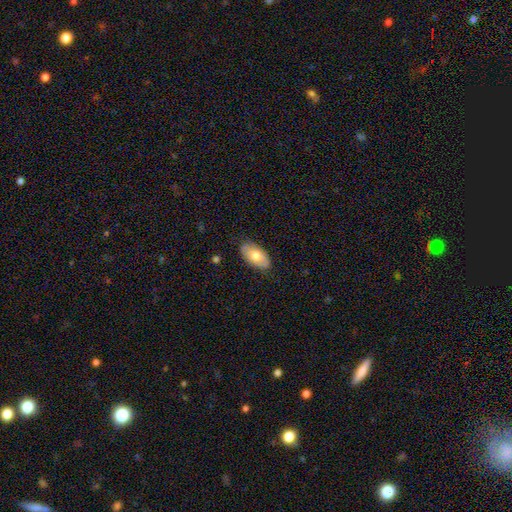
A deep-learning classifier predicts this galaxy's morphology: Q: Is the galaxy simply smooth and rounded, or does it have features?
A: smooth — 75%.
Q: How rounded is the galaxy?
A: in between — 95%.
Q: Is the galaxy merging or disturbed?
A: none — 84%.